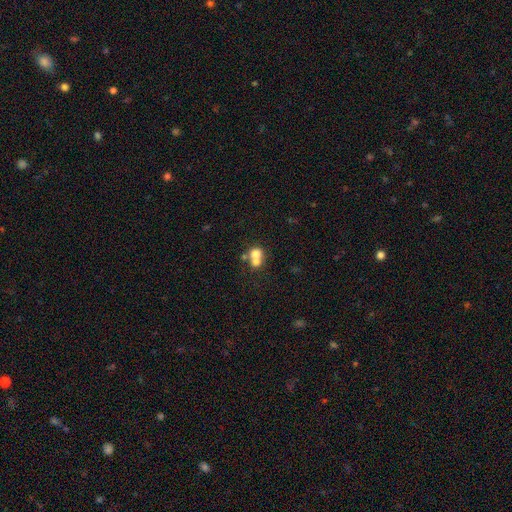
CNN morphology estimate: Q: Smooth or featured?
A: smooth (69%); runner-up: featured or disk (20%)
Q: How rounded?
A: round (74%); runner-up: in between (25%)
Q: Merging?
A: merger (62%); runner-up: none (29%)